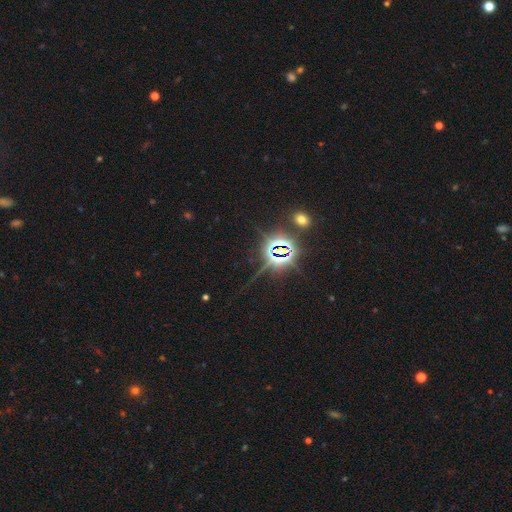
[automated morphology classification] A star or artifact, not a galaxy (81%).